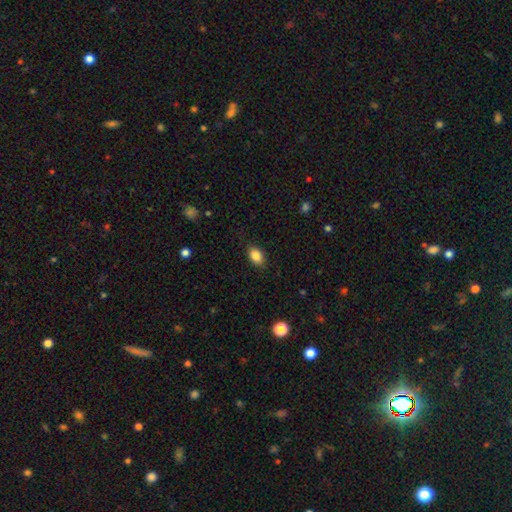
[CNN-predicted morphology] smooth-or-featured: smooth: 86% | star or artifact: 9% | featured or disk: 5%
  how-rounded: in between: 79% | round: 20% | cigar-shaped: 1%
  merging: none: 87% | minor disturbance: 10% | major disturbance: 3% | merger: 1%